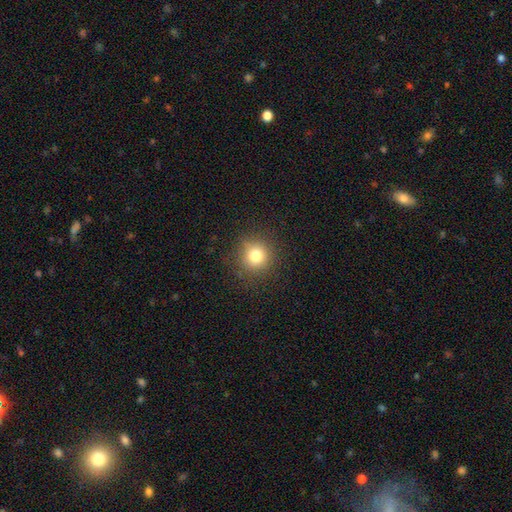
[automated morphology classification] This is likely a smooth galaxy (78%). How rounded: clearly round (93%). Merging: clearly none (87%).